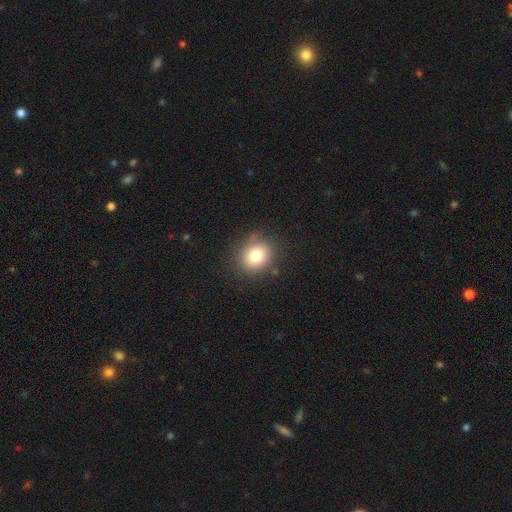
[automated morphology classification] Q: Smooth or featured?
A: smooth (79%); runner-up: star or artifact (11%)
Q: How rounded?
A: round (70%); runner-up: in between (29%)
Q: Merging?
A: none (82%); runner-up: minor disturbance (12%)